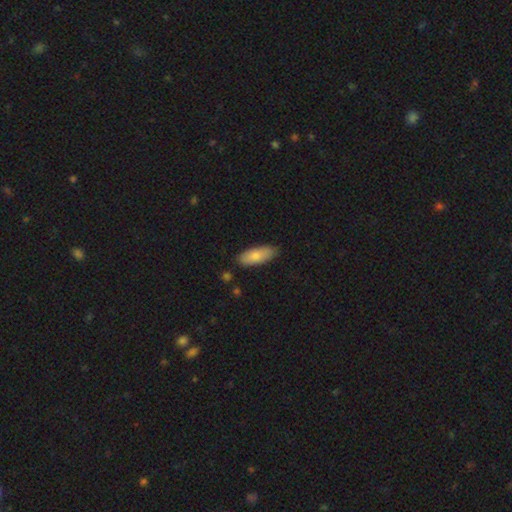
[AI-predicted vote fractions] smooth 80%, featured or disk 14%, star or artifact 6%. Down the decision tree: how rounded — in between (78%); merging — none (82%).